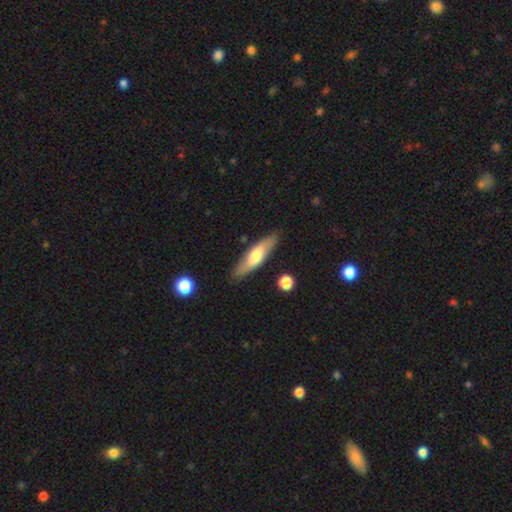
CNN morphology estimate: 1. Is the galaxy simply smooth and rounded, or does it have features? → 54% smooth, 41% featured or disk, 6% star or artifact.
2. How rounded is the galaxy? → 64% cigar-shaped, 34% in between, 2% round.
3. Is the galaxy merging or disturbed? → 84% none, 11% minor disturbance, 2% major disturbance, 2% merger.